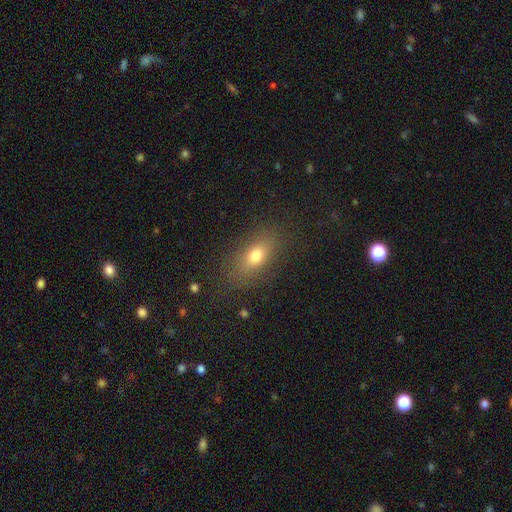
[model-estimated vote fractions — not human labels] smooth_or_featured: smooth (p=0.72) [alt: featured or disk p=0.16]
how_rounded: in between (p=0.79) [alt: round p=0.12]
merging: none (p=0.81) [alt: minor disturbance p=0.13]